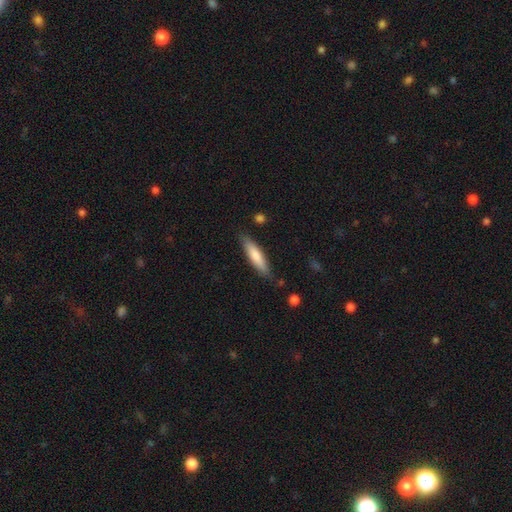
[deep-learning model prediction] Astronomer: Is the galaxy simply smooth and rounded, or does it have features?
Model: smooth — 76%.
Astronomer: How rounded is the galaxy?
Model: cigar-shaped — 77%.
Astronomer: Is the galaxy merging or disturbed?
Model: none — 84%.